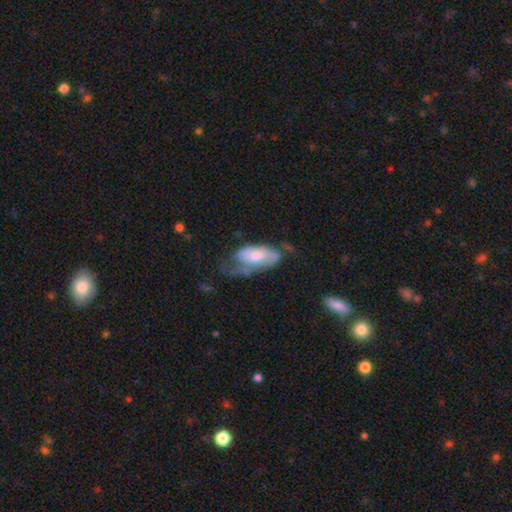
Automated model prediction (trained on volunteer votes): The model was most divided on "merging": major disturbance: 34%, none: 33%, minor disturbance: 30%, merger: 4%. Remaining: smooth or featured — featured or disk (50%).